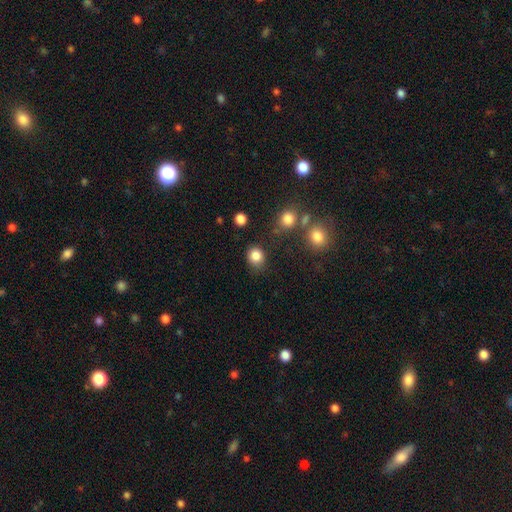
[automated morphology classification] type=smooth (84%); roundness=round (76%); merging=none (80%).